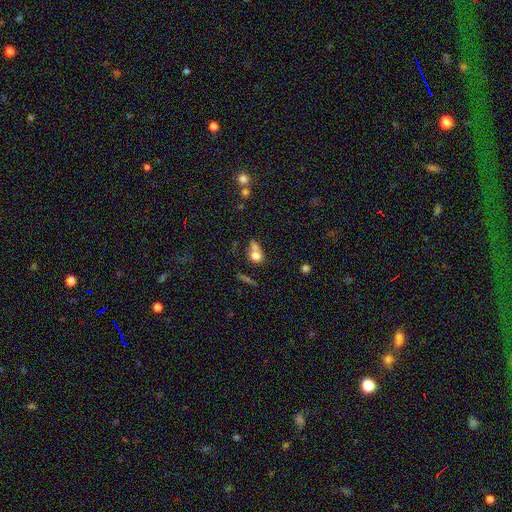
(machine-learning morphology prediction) A smooth galaxy with no disk features (70%) that is round (60%).

Vote fractions:
- Smooth or featured? smooth: 70% / featured or disk: 18% / star or artifact: 12%
- How rounded? round: 60% / in between: 34% / cigar-shaped: 5%
- Merging? merger: 48% / none: 33% / minor disturbance: 11% / major disturbance: 8%